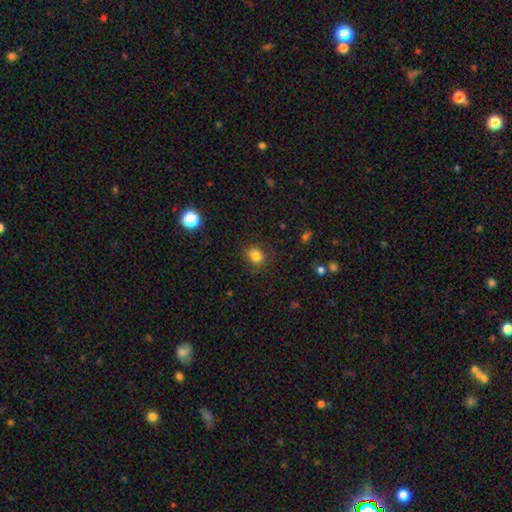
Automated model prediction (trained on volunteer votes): This is clearly a smooth galaxy (83%). How rounded: likely round (71%). Merging: clearly none (84%).